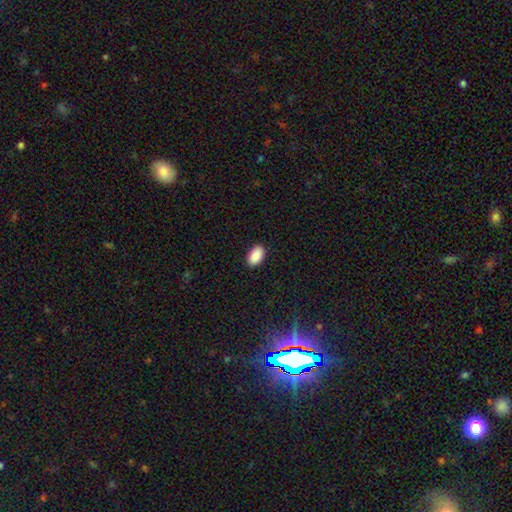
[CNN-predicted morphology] Smooth or featured?
  - smooth: 90% *
  - star or artifact: 7%
  - featured or disk: 3%
How rounded?
  - in between: 94% *
  - round: 5%
  - cigar-shaped: 1%
Merging?
  - none: 90% *
  - minor disturbance: 8%
  - major disturbance: 2%
  - merger: 1%